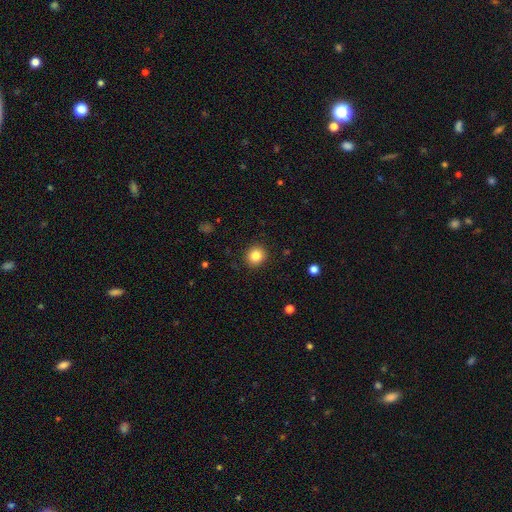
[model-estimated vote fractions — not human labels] Overall: smooth (84%). How rounded: round (89%). Merging: none (91%).